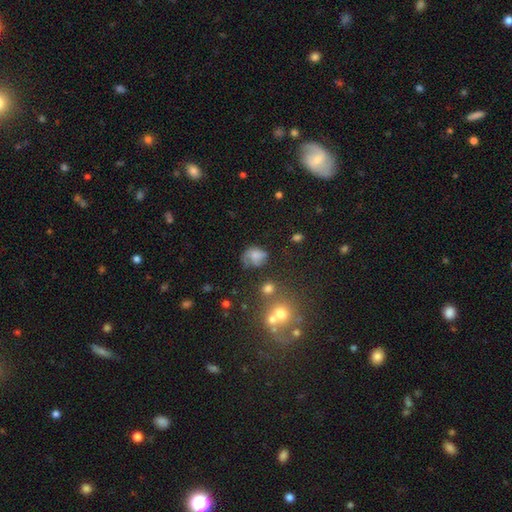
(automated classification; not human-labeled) Q: Smooth or featured?
A: smooth (51%); runner-up: featured or disk (37%)
Q: How rounded?
A: round (51%); runner-up: in between (47%)
Q: Merging?
A: none (40%); runner-up: minor disturbance (28%)